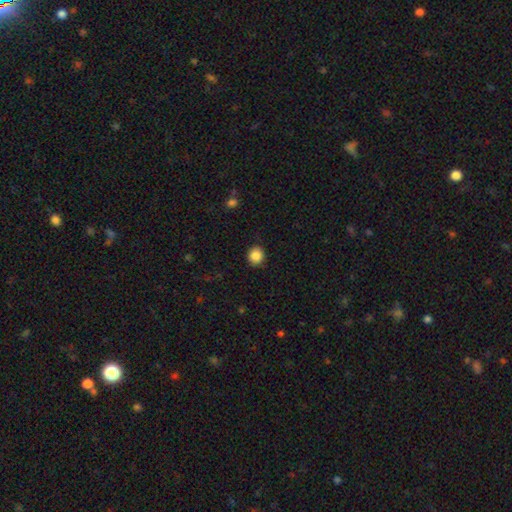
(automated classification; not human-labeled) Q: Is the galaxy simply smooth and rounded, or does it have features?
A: smooth — 86%.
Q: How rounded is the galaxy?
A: round — 86%.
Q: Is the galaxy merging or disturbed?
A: none — 90%.